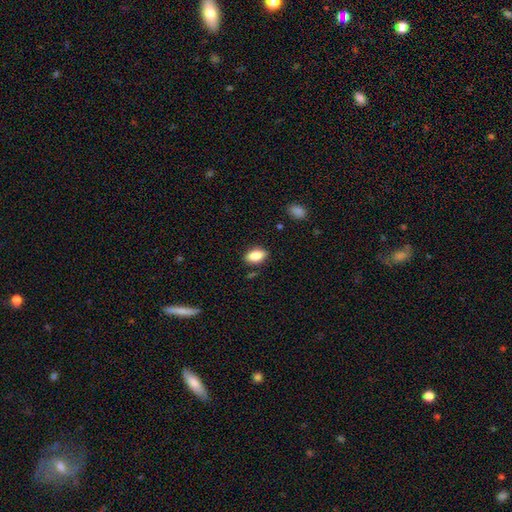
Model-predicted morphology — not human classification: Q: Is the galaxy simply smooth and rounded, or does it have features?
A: smooth — 83%.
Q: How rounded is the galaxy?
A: in between — 89%.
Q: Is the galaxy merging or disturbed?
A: none — 85%.